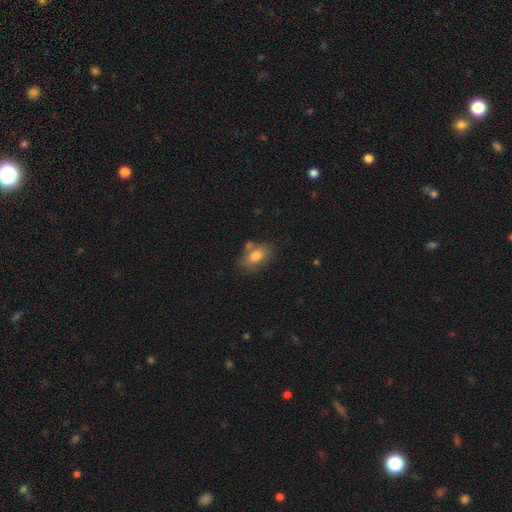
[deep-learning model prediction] Smooth or featured: smooth — 79% (featured or disk — 13%)
How rounded: in between — 83% (round — 15%)
Merging: none — 60% (minor disturbance — 19%)